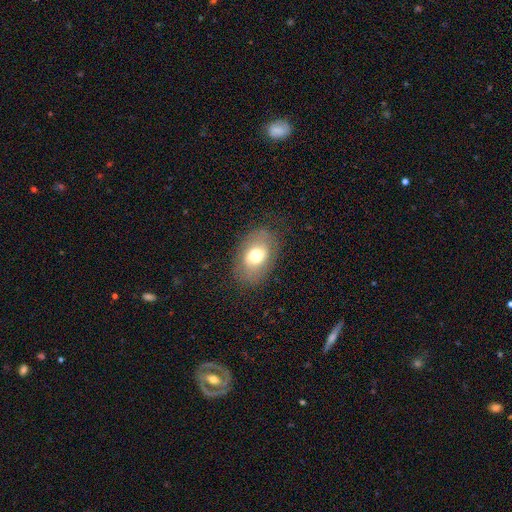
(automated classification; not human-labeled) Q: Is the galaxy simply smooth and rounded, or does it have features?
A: smooth — 66%.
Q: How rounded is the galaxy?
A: in between — 80%.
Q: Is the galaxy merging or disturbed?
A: none — 77%.